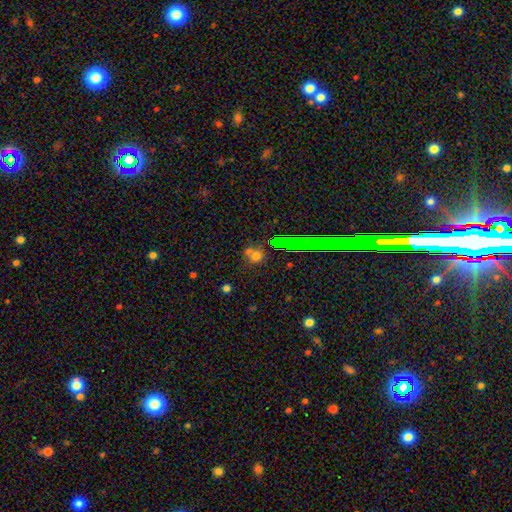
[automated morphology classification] Overall: smooth (65%; star or artifact 26%). How rounded: round (87%). Merging: none (65%).